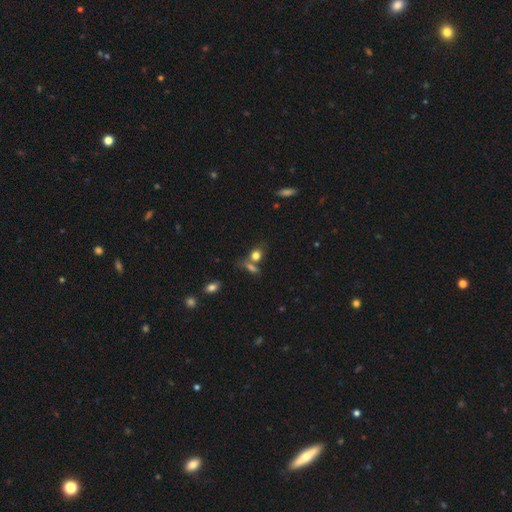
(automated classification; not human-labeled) This appears to be a smooth galaxy with no disk features (75%) that is round (53%). Merging: none (49%).